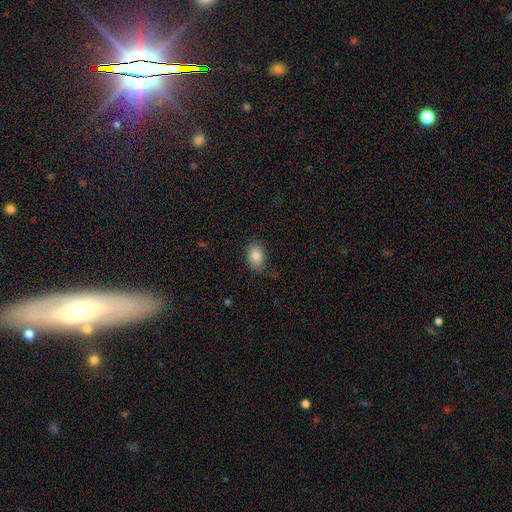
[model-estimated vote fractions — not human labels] smooth-or-featured: smooth: 87% | star or artifact: 8% | featured or disk: 5%
  how-rounded: in between: 79% | round: 20% | cigar-shaped: 1%
  merging: none: 79% | minor disturbance: 16% | major disturbance: 4% | merger: 1%